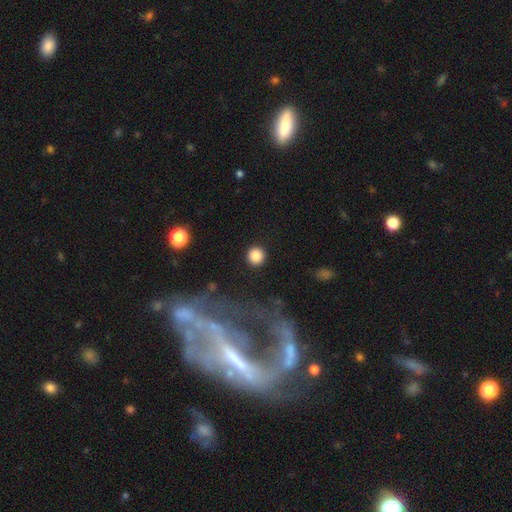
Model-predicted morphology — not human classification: Smooth or featured? smooth (85%)
How rounded? round (94%)
Merging? none (91%)